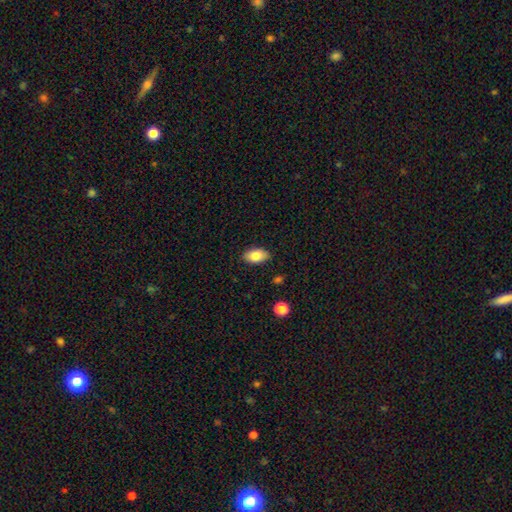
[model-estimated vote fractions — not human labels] Smooth or featured? smooth (83%)
How rounded? in between (92%)
Merging? none (86%)